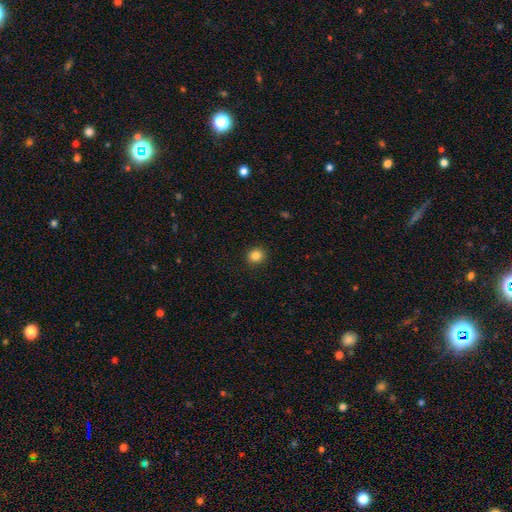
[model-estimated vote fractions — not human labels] Smooth or featured: smooth — 84% (star or artifact — 11%)
How rounded: round — 87% (in between — 12%)
Merging: none — 92% (minor disturbance — 6%)